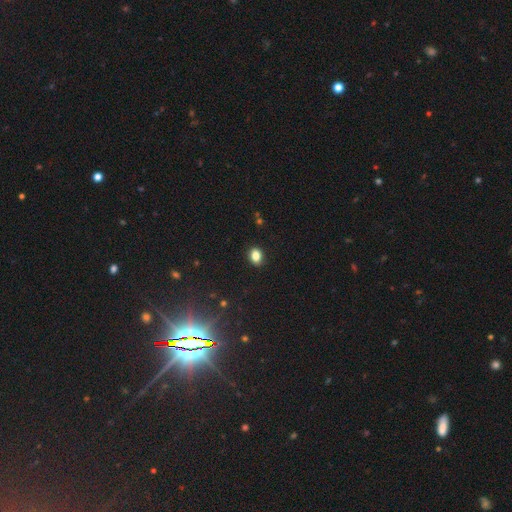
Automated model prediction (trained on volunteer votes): A smooth galaxy with no disk features (84%) that is in between round and cigar-shaped (67%). Merging: none (89%).